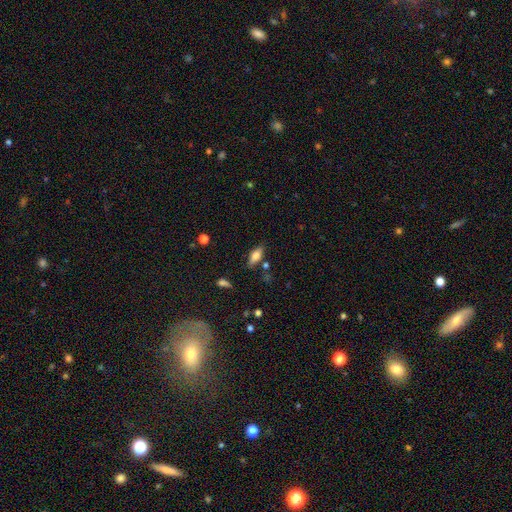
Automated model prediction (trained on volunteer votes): This is likely a smooth galaxy (68%). How rounded: likely in between (76%). Merging: likely none (76%).